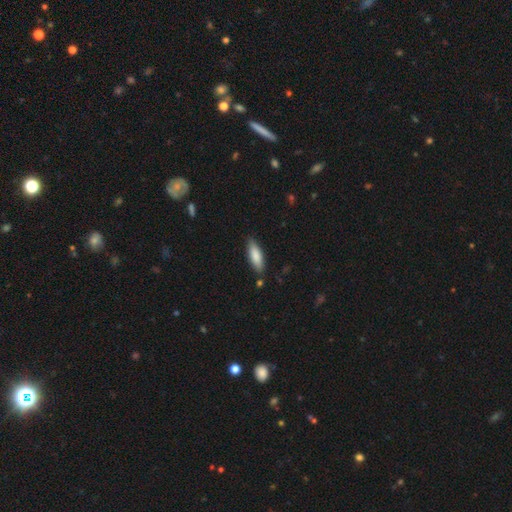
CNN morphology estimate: A smooth galaxy with no disk features (81%) that is in between round and cigar-shaped (53%). Merging: none (83%).